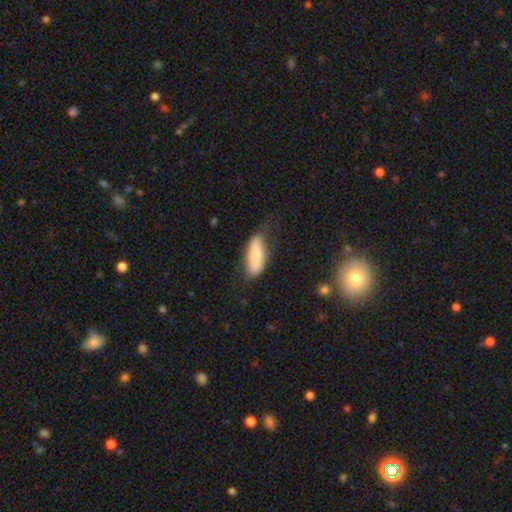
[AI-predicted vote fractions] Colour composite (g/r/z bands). It shows a smooth galaxy with no disk features (75%) that is in between round and cigar-shaped (65%). Merging: none (49%).